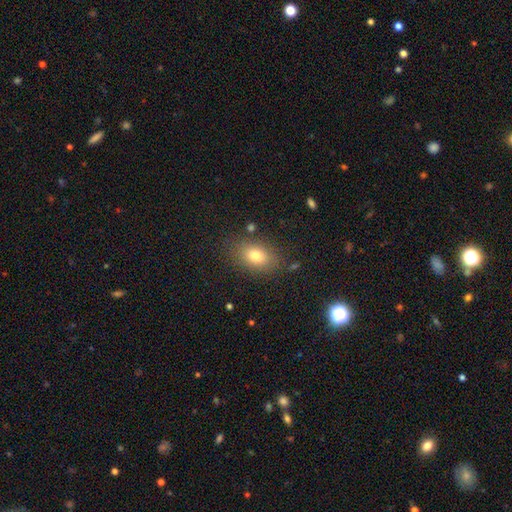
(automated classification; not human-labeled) A smooth galaxy with no disk features (77%) that is in between round and cigar-shaped (78%). Merging: none (82%).